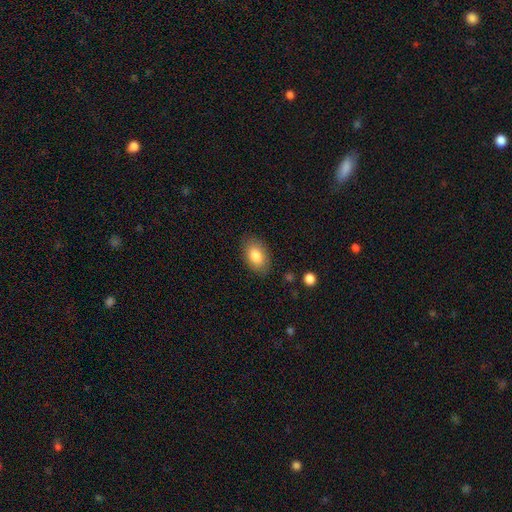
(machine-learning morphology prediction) type=smooth (84%); roundness=in between (90%); merging=none (84%).